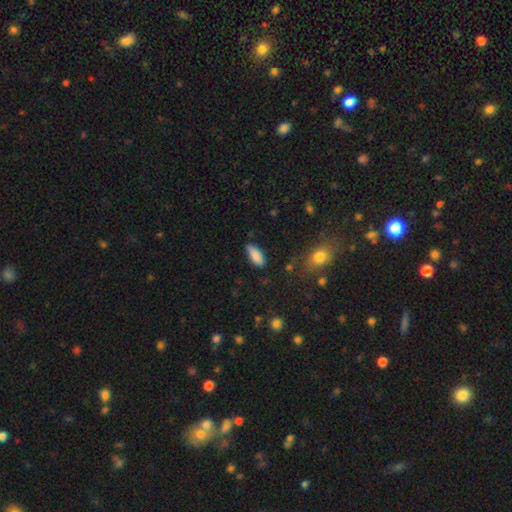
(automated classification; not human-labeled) Q: Smooth or featured?
A: smooth (88%); runner-up: star or artifact (7%)
Q: How rounded?
A: in between (74%); runner-up: cigar-shaped (24%)
Q: Merging?
A: none (80%); runner-up: minor disturbance (15%)